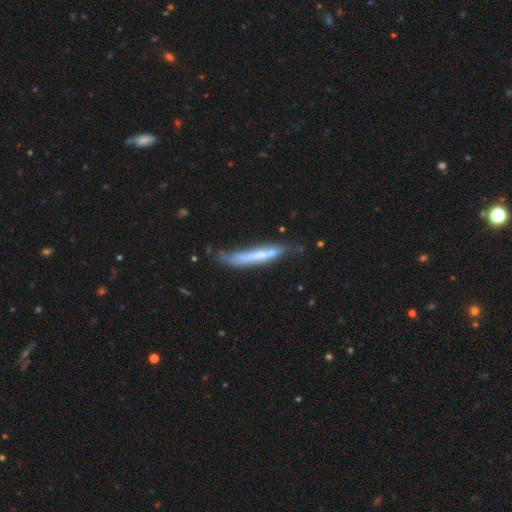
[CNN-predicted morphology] smooth-or-featured: smooth: 46% (tied) | featured or disk: 46% (tied) | star or artifact: 8%
  merging: none: 44% | minor disturbance: 28% | major disturbance: 15% | merger: 12%